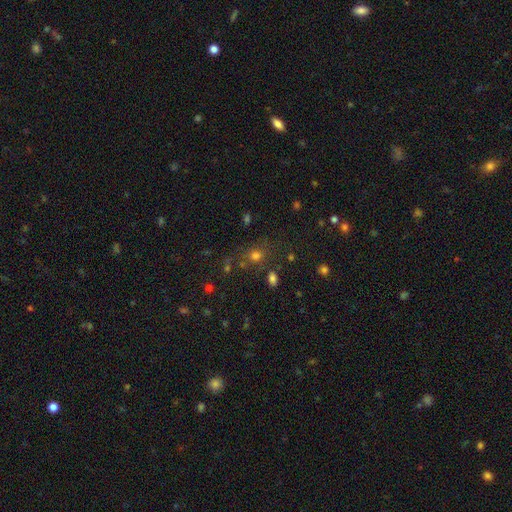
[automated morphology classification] A smooth galaxy with no disk features (71%) that is round (61%).

Vote fractions:
- Smooth or featured? smooth: 71% / star or artifact: 20% / featured or disk: 9%
- How rounded? round: 61% / in between: 38% / cigar-shaped: 2%
- Merging? none: 69% / minor disturbance: 15% / merger: 8% / major disturbance: 8%